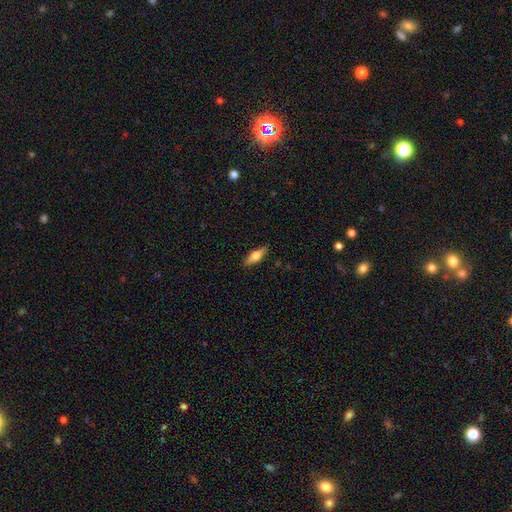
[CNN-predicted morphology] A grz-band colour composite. It shows a smooth galaxy with no disk features (56%) that is in between round and cigar-shaped (58%). Merging: none (88%).